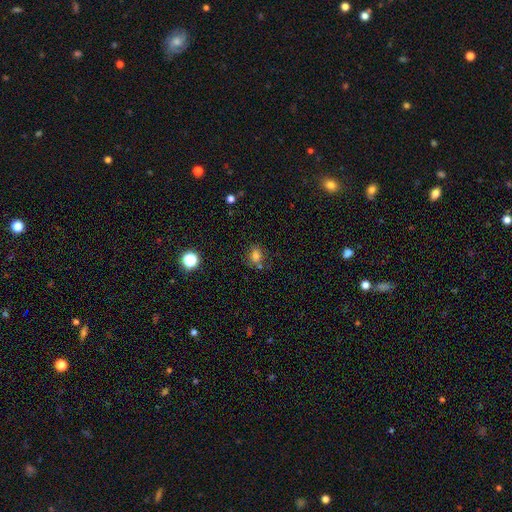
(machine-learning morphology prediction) This is likely a smooth galaxy (75%). How rounded: possibly round (55%). Merging: likely none (68%).